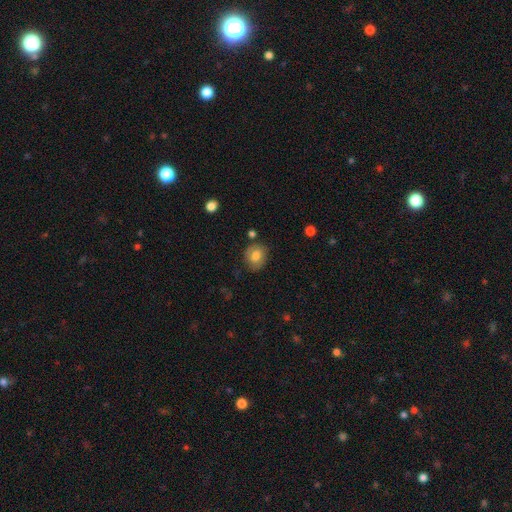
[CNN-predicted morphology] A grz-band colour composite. It shows a smooth galaxy with no disk features (73%) that is round (63%). Merging: none (74%).